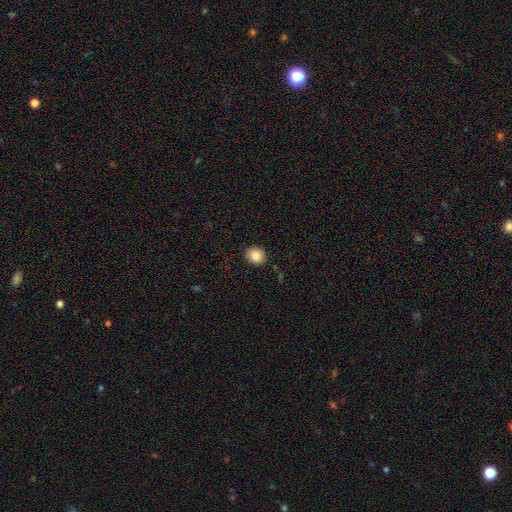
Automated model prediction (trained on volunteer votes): smooth-or-featured: smooth: 85% | star or artifact: 9% | featured or disk: 6%
  how-rounded: round: 81% | in between: 18% | cigar-shaped: 1%
  merging: none: 89% | minor disturbance: 8% | major disturbance: 2% | merger: 1%